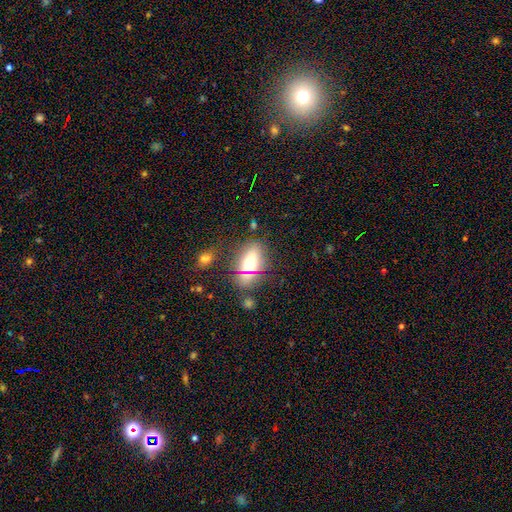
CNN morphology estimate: smooth_or_featured: smooth (p=0.59) [alt: featured or disk p=0.23]
how_rounded: in between (p=0.79) [alt: round p=0.11]
merging: none (p=0.66) [alt: minor disturbance p=0.17]